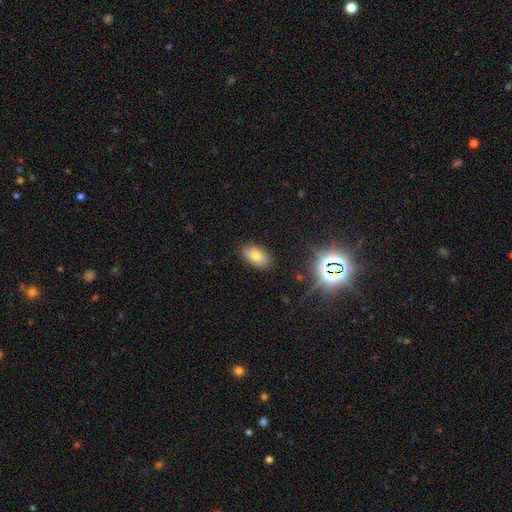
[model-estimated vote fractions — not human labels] Morphology: type=smooth (75%); roundness=in between (92%); merging=none (86%).